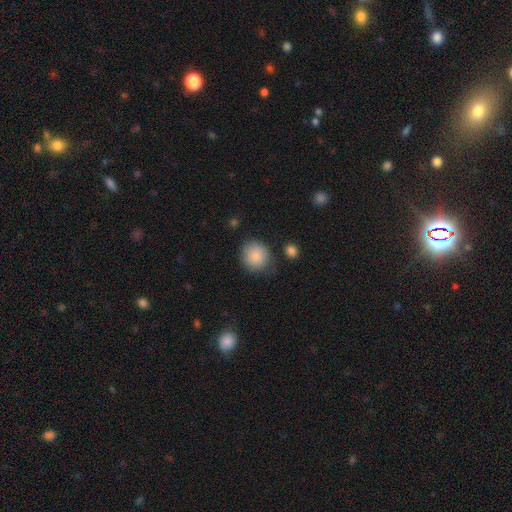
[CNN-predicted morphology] This is clearly a smooth galaxy (86%). How rounded: clearly round (87%). Merging: likely none (74%).